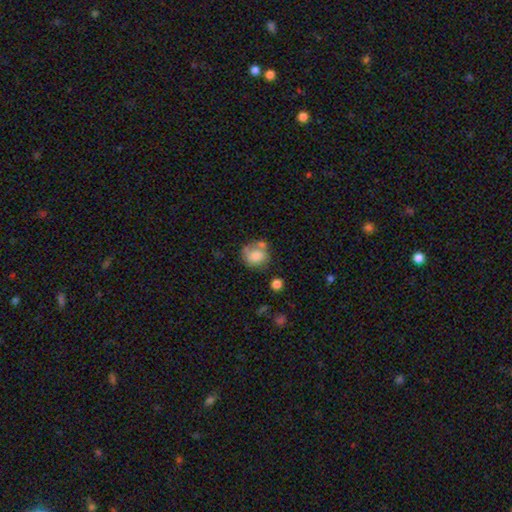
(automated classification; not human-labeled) A smooth galaxy with no disk features (69%) that is round (75%).

Vote fractions:
- Smooth or featured? smooth: 69% / featured or disk: 22% / star or artifact: 8%
- How rounded? round: 75% / in between: 24% / cigar-shaped: 1%
- Merging? none: 47% / minor disturbance: 23% / merger: 20% / major disturbance: 10%